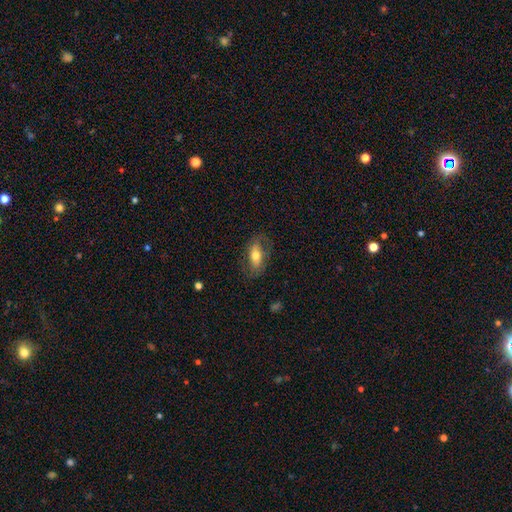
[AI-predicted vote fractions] This appears to be a smooth galaxy with no disk features (53%) that is in between round and cigar-shaped (84%). Merging: none (71%).